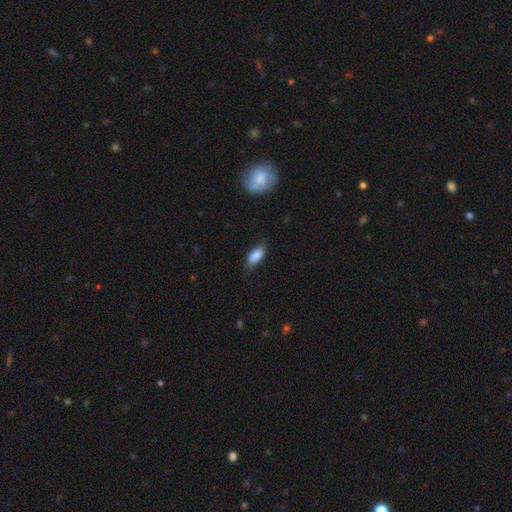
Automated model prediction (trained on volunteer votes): The model was most divided on "merging": none: 80%, minor disturbance: 16%, major disturbance: 3%, merger: 1%. More confident: smooth or featured — smooth (87%); how rounded — in between (83%).